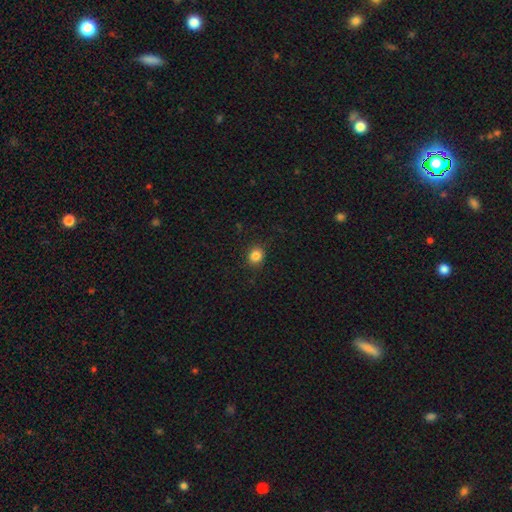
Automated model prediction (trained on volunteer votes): Smooth or featured: smooth — 84% (star or artifact — 11%)
How rounded: round — 77% (in between — 22%)
Merging: none — 89% (minor disturbance — 8%)